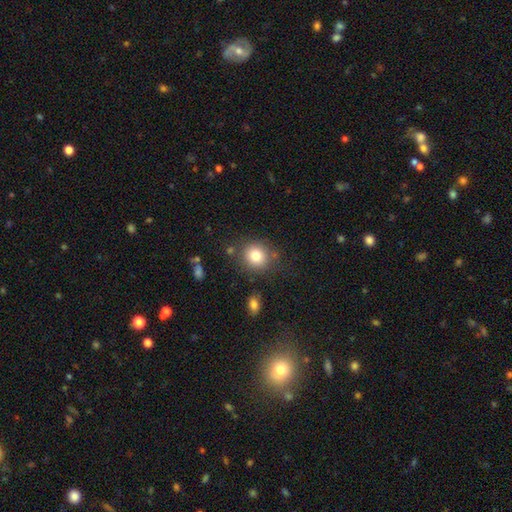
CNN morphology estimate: Smooth or featured?
  - smooth: 80% *
  - star or artifact: 11%
  - featured or disk: 9%
How rounded?
  - round: 87% *
  - in between: 12%
  - cigar-shaped: 1%
Merging?
  - none: 80% *
  - minor disturbance: 11%
  - merger: 5%
  - major disturbance: 4%